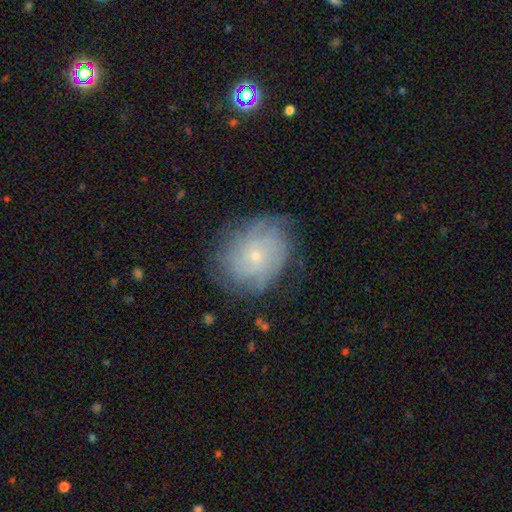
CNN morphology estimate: This is likely a featured or disk galaxy (67%). It is clearly not viewed edge-on (97%). Bar: clearly no (83%). Spiral arm pattern: clearly yes (88%). Spiral arm count: possibly can't tell (50%). Spiral winding: likely tight (67%). Central bulge: likely small (79%). Merging: likely none (72%).